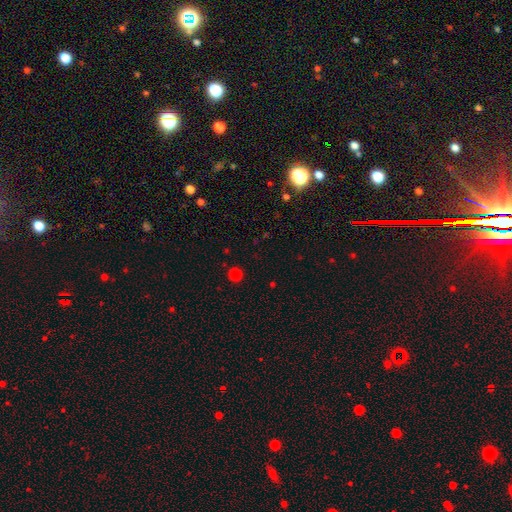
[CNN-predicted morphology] Smooth or featured?
  - smooth: 65% *
  - star or artifact: 31%
  - featured or disk: 4%
How rounded?
  - round: 91% *
  - in between: 8%
  - cigar-shaped: 1%
Merging?
  - none: 90% *
  - minor disturbance: 5%
  - major disturbance: 3%
  - merger: 2%